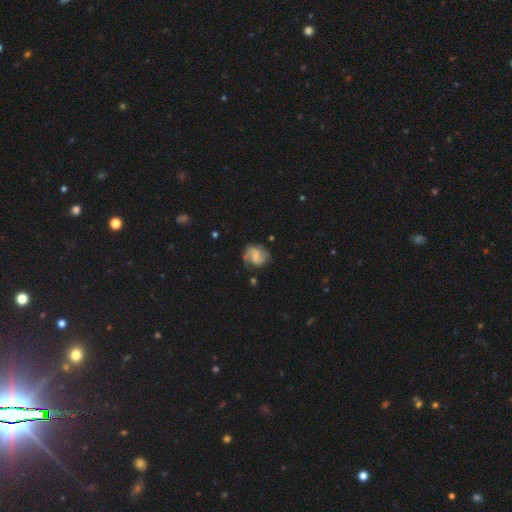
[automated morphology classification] Smooth or featured? Predicted: featured or disk (p=0.79). Edge-on disk? Predicted: no (p=0.98). Bar? Predicted: weak (p=0.51). Spiral arms? Predicted: yes (p=0.95). Spiral winding? Predicted: medium (p=0.50). Spiral arm count? Predicted: 2 (p=0.86). Bulge size? Predicted: small (p=0.54). Merging? Predicted: none (p=0.73).